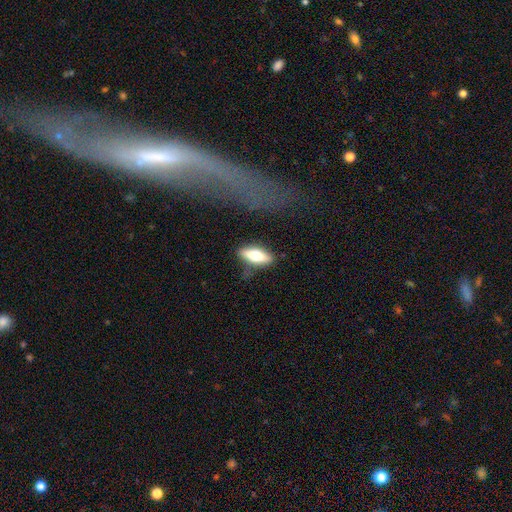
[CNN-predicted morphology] smooth 59%, featured or disk 35%, star or artifact 6%. Down the decision tree: how rounded — in between (62%); merging — none (75%).